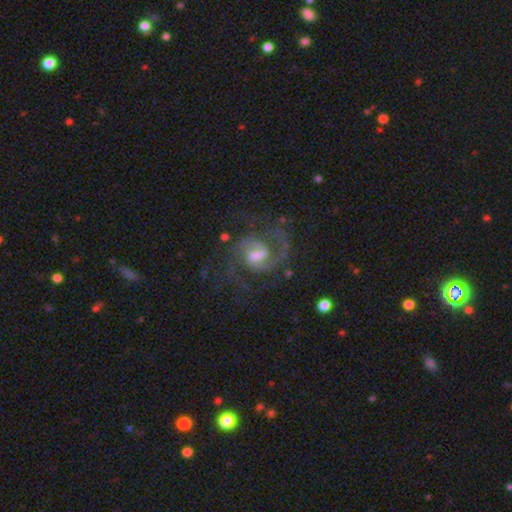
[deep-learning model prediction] Overall: featured or disk (89%). Edge-on disk: no (98%). Bar: weak (60%; no 22%). Spiral arms: yes (97%). Spiral arm count: 2 (72%). Spiral winding: medium (58%; tight 25%). Bulge size: moderate (46%; small 35%). Merging: none (64%).